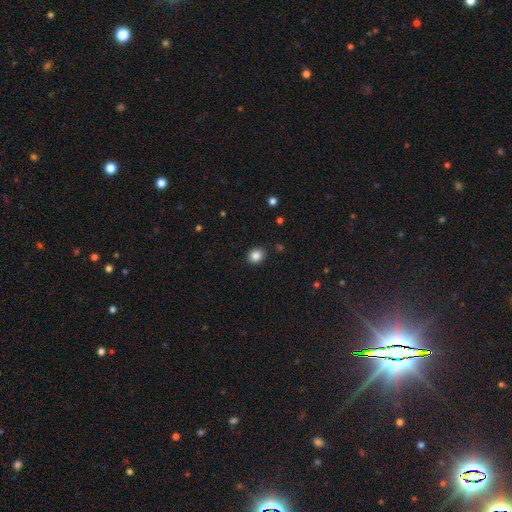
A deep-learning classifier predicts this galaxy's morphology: type=smooth (85%); roundness=round (70%); merging=none (90%).